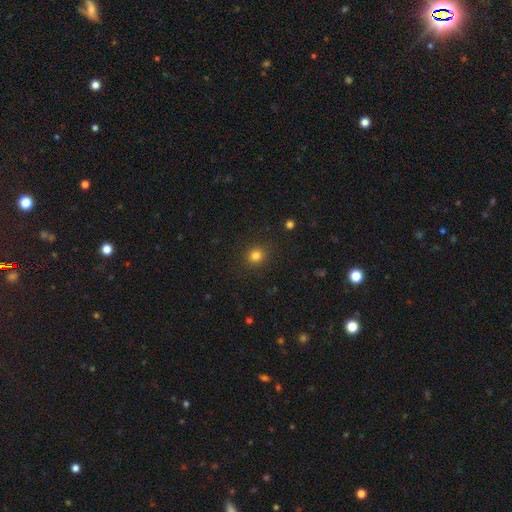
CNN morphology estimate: The model was most divided on "smooth or featured": smooth: 81%, star or artifact: 14%, featured or disk: 5%. More confident: how rounded — round (90%); merging — none (90%).